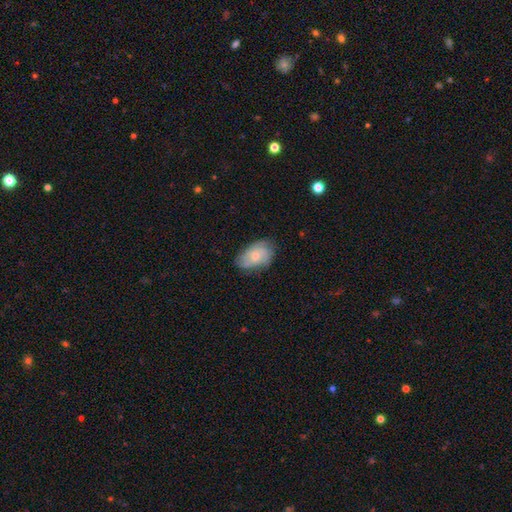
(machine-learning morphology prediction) Smooth or featured? Predicted: smooth (p=0.50). How rounded? Predicted: in between (p=0.86). Merging? Predicted: none (p=0.62).